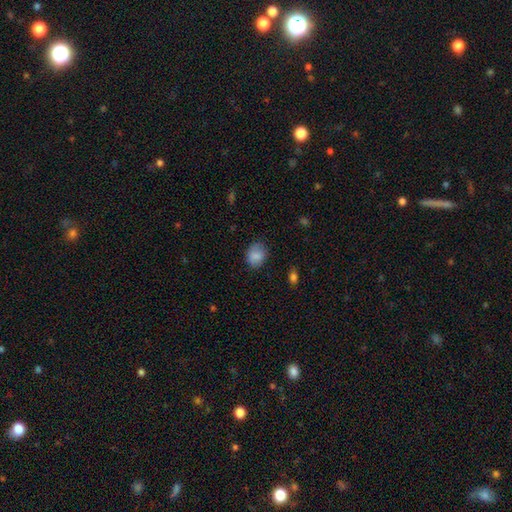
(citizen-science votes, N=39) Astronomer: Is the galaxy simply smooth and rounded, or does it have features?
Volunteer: smooth — 85%.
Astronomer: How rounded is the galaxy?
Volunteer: in between — 55% (runner-up: round, 45%).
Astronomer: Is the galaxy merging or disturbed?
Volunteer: none — 73%.